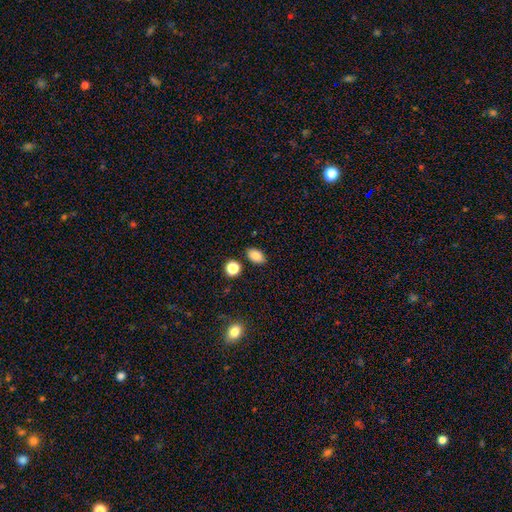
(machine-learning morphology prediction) smooth 85%, star or artifact 10%, featured or disk 5%. Down the decision tree: how rounded — in between (88%); merging — none (83%).